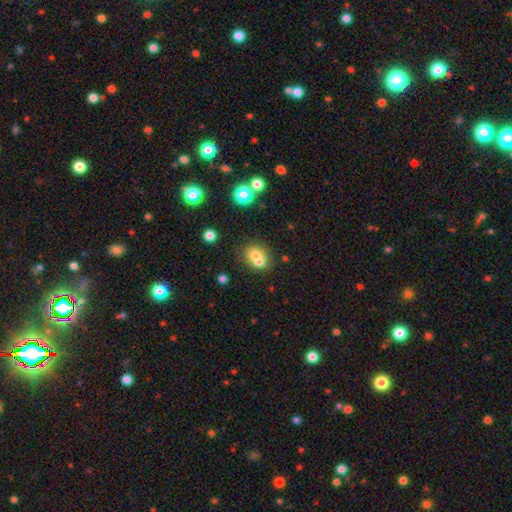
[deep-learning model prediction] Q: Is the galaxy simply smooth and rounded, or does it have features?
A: smooth — 67%.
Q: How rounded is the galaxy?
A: round — 64%.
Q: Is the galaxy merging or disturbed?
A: merger — 56%.